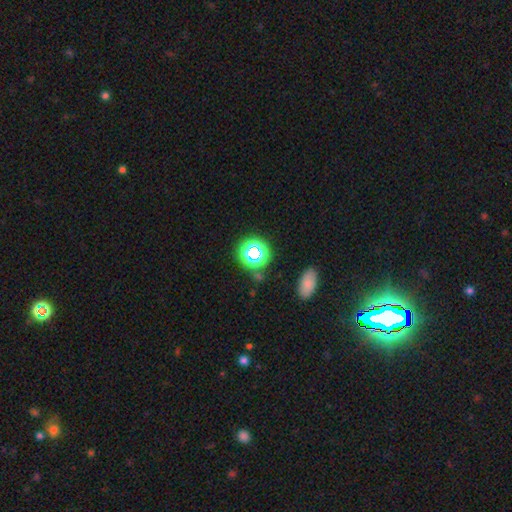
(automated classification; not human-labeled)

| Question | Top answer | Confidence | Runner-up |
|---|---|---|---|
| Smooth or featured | star or artifact | 52% | smooth (38%) |